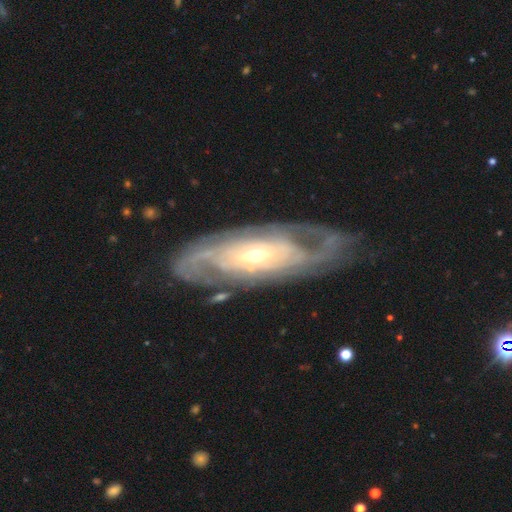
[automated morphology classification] Smooth or featured? featured or disk (86%)
Edge-on disk? no (88%)
Bar? no (58%)
Spiral arms? yes (91%)
Spiral winding? tight (65%)
Spiral arm count? can't tell (42%)
Bulge size? small (67%)
Merging? none (73%)